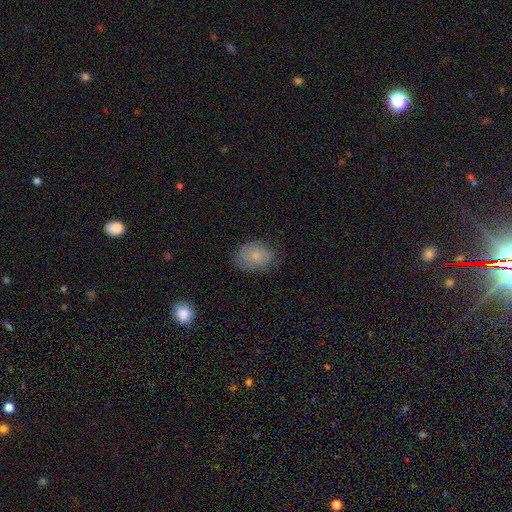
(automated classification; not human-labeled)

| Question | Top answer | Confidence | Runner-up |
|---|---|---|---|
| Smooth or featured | smooth | 76% | featured or disk (16%) |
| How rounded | in between | 67% | round (32%) |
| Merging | none | 71% | minor disturbance (22%) |